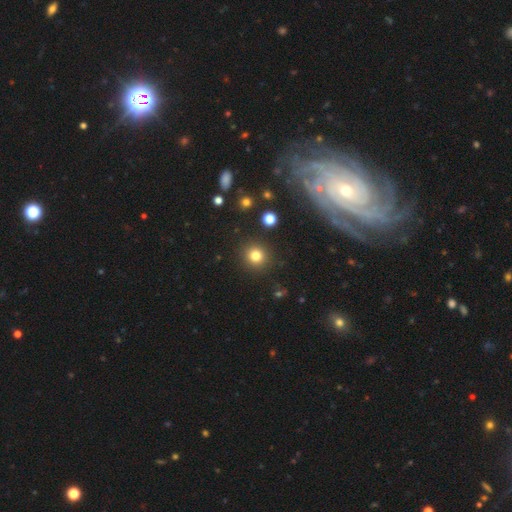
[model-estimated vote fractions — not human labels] This is clearly a smooth galaxy (80%). How rounded: clearly round (92%). Merging: clearly none (90%).